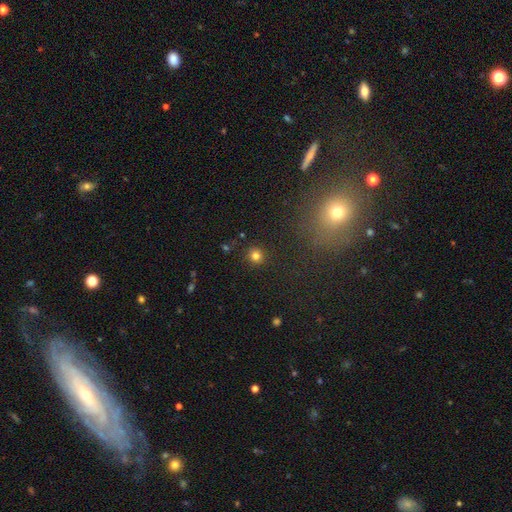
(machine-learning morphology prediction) Overall: smooth (80%). How rounded: round (90%). Merging: none (89%).